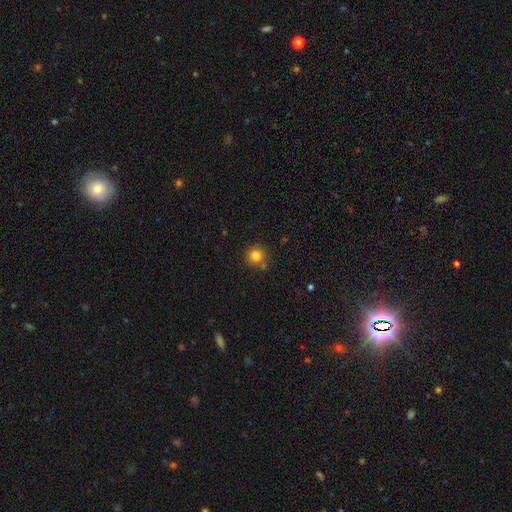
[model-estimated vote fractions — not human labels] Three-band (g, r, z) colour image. It shows a smooth galaxy with no disk features (83%) that is round (93%). Merging: none (78%).